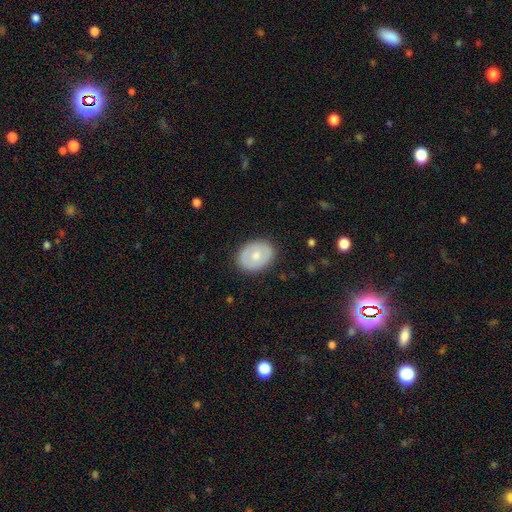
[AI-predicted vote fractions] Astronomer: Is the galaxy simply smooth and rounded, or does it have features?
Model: smooth — 60%.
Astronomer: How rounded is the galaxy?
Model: in between — 65%.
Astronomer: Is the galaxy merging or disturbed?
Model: none — 86%.